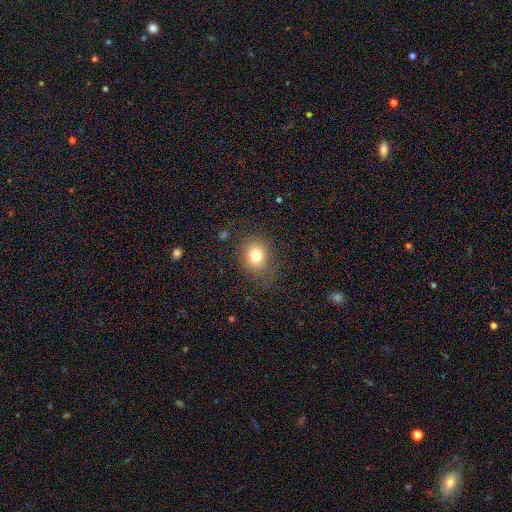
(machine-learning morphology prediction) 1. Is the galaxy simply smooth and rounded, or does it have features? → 78% smooth, 13% star or artifact, 9% featured or disk.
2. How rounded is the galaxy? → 71% round, 29% in between, 1% cigar-shaped.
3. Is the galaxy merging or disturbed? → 77% none, 15% minor disturbance, 7% major disturbance, 1% merger.